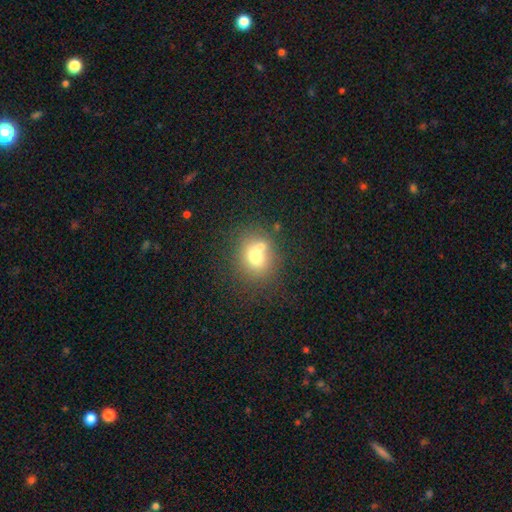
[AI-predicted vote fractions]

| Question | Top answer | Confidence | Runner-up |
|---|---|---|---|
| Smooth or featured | smooth | 70% | featured or disk (17%) |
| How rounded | round | 74% | in between (25%) |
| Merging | none | 54% | merger (30%) |